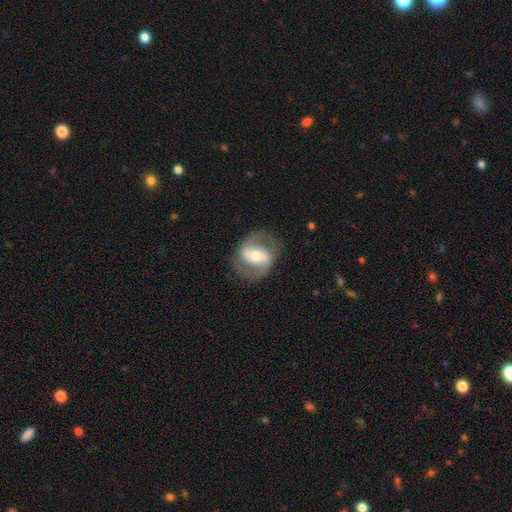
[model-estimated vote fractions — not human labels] This is likely a featured or disk galaxy (76%). It is clearly not viewed edge-on (96%). Bar: possibly strong (47%). Spiral arm pattern: clearly yes (81%). Spiral arm count: clearly 2 (89%). Spiral winding: possibly medium (52%). Central bulge: likely moderate (63%). Merging: likely none (79%).